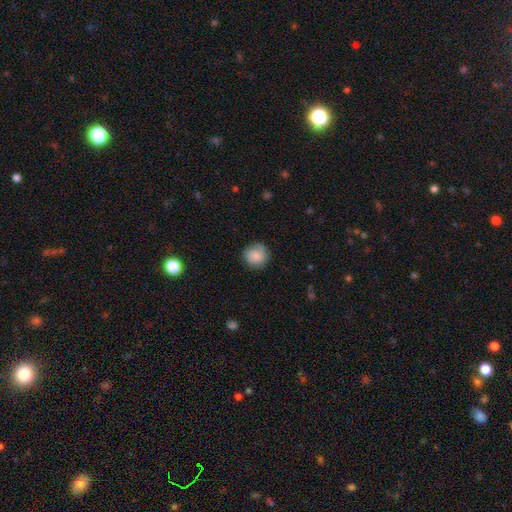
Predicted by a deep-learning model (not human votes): smooth_or_featured: smooth (p=0.82) [alt: featured or disk p=0.10]
how_rounded: round (p=0.90) [alt: in between p=0.09]
merging: none (p=0.79) [alt: minor disturbance p=0.16]